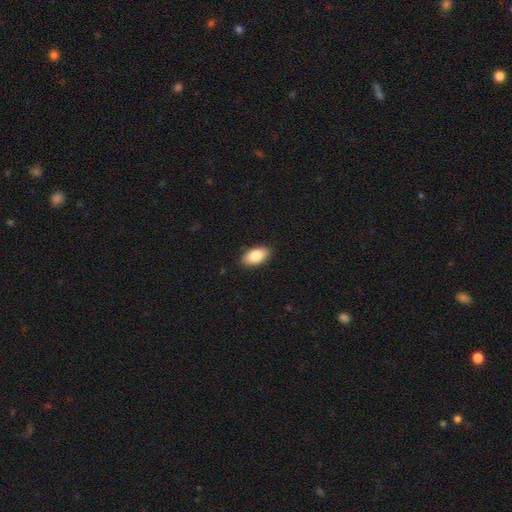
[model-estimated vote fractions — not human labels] This appears to be a smooth galaxy with no disk features (85%) that is in between round and cigar-shaped (93%). Merging: none (89%).